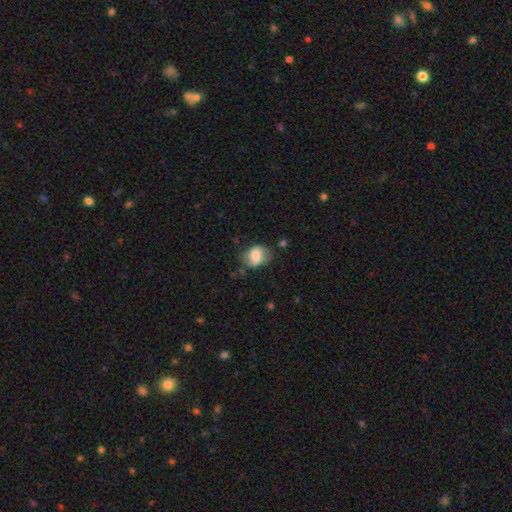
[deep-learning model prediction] Smooth or featured? smooth (68%)
How rounded? in between (57%)
Merging? none (60%)